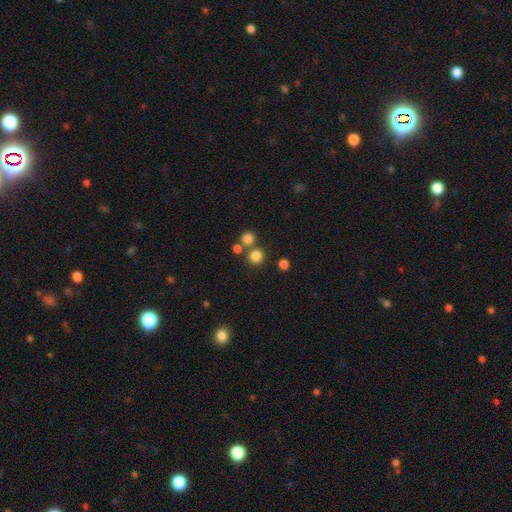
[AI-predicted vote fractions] Morphology: type=smooth (80%); roundness=round (91%); merging=none (71%).